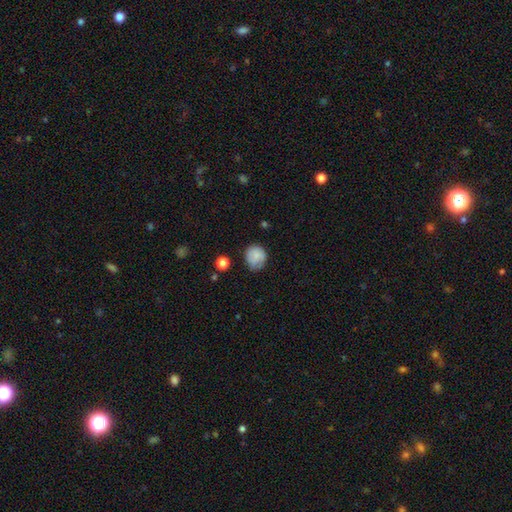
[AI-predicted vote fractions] Smooth or featured? smooth (78%)
How rounded? round (77%)
Merging? none (60%)